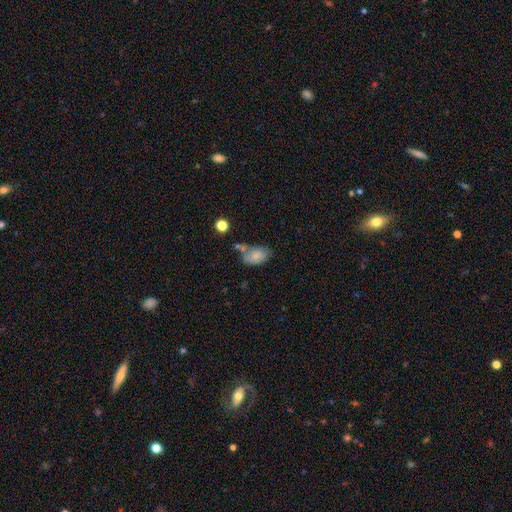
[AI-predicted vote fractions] Smooth or featured: smooth — 73% (featured or disk — 18%)
How rounded: in between — 88% (round — 11%)
Merging: none — 41% (minor disturbance — 30%)